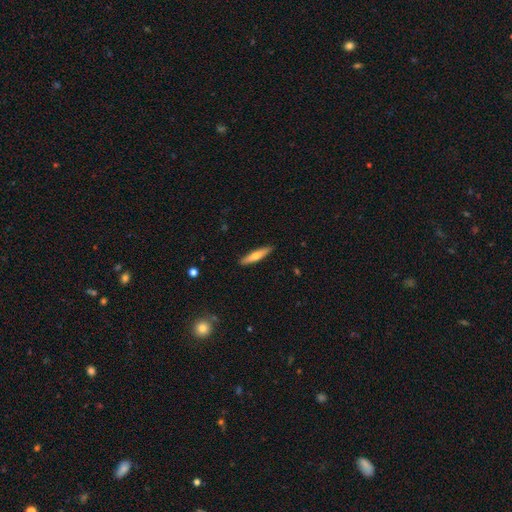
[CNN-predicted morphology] Smooth or featured?
  - smooth: 59% *
  - featured or disk: 36%
  - star or artifact: 6%
How rounded?
  - cigar-shaped: 85% *
  - in between: 14%
  - round: 2%
Merging?
  - none: 90% *
  - minor disturbance: 7%
  - major disturbance: 2%
  - merger: 1%